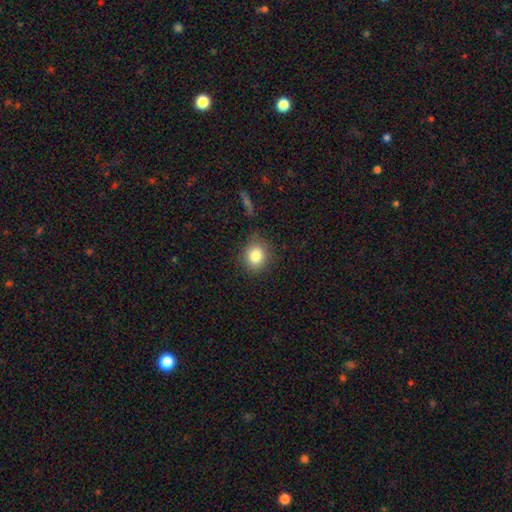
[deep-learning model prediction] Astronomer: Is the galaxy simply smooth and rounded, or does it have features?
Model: smooth — 83%.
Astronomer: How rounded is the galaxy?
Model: round — 75%.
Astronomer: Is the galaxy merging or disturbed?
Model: none — 82%.